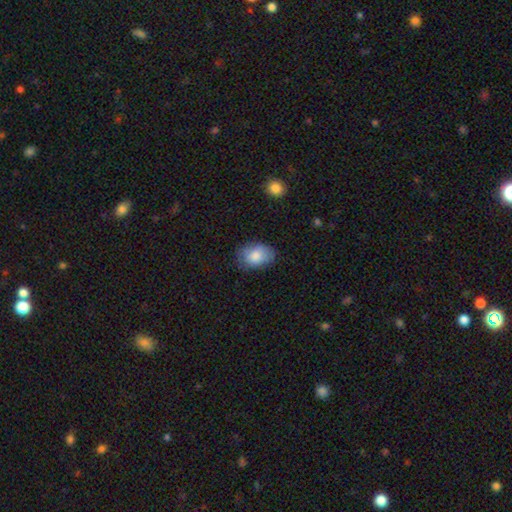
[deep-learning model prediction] smooth_or_featured: smooth (p=0.82) [alt: featured or disk p=0.12]
how_rounded: in between (p=0.82) [alt: round p=0.17]
merging: none (p=0.72) [alt: minor disturbance p=0.22]